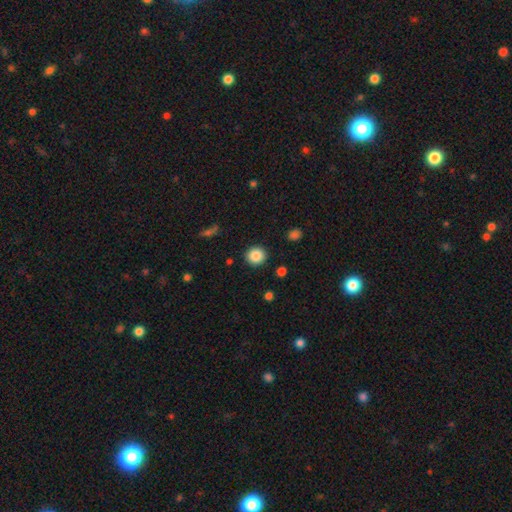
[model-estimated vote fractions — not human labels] Morphology: type=smooth (86%); roundness=round (90%); merging=none (90%).